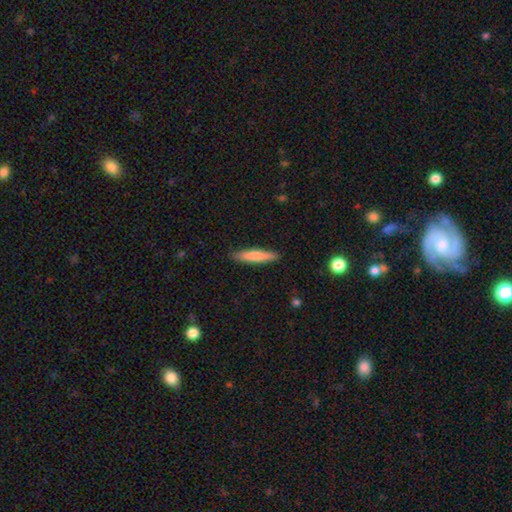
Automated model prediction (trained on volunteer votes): Overall: smooth (75%). How rounded: cigar-shaped (89%). Merging: none (88%).